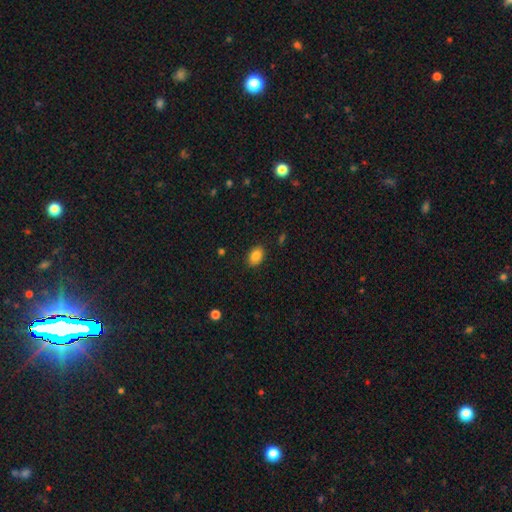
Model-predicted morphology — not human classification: Smooth or featured? smooth (86%)
How rounded? in between (78%)
Merging? none (87%)